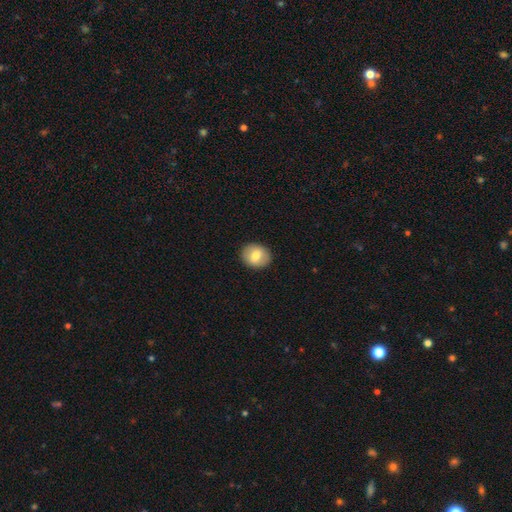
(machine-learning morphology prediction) A smooth galaxy with no disk features (72%) that is round (66%). Merging: none (90%).